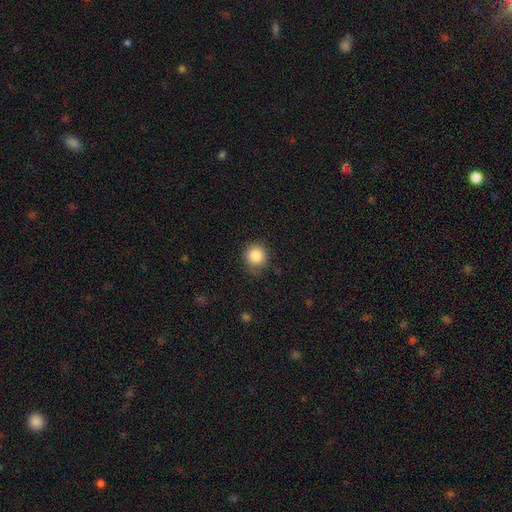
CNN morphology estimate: This appears to be a smooth galaxy with no disk features (86%) that is round (91%). Merging: none (83%).